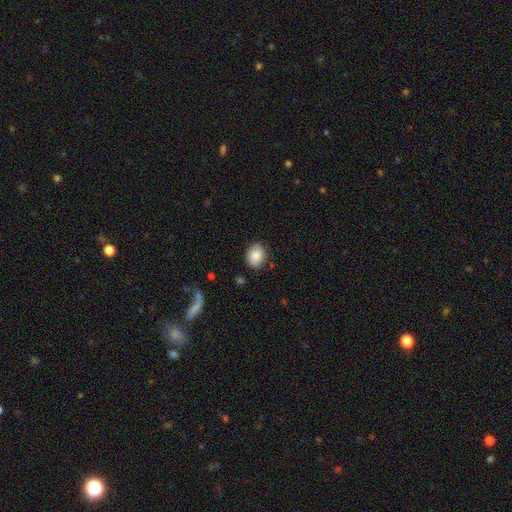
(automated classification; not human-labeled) A smooth galaxy with no disk features (83%) that is in between round and cigar-shaped (56%).

Vote fractions:
- Smooth or featured? smooth: 83% / featured or disk: 9% / star or artifact: 8%
- How rounded? in between: 56% / round: 43% / cigar-shaped: 1%
- Merging? none: 78% / minor disturbance: 17% / major disturbance: 3% / merger: 2%